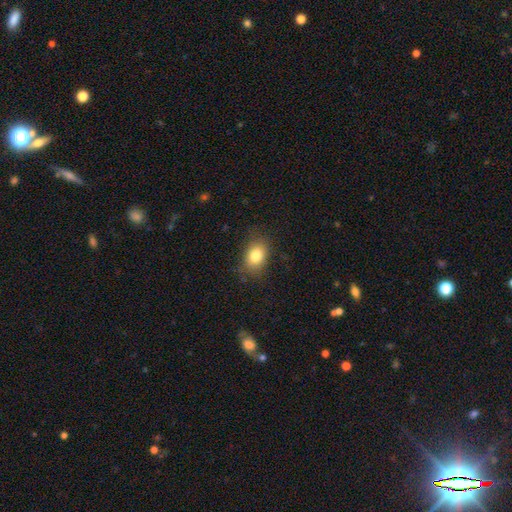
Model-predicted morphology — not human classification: type=smooth (81%); roundness=in between (74%); merging=none (80%).